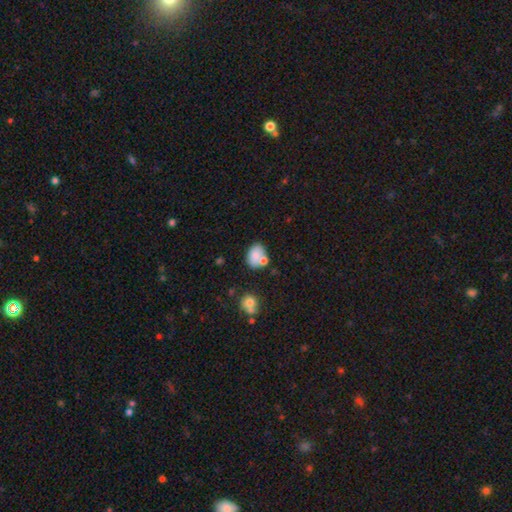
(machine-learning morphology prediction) This appears to be a smooth galaxy with no disk features (80%) that is in between round and cigar-shaped (74%). Merging: none (56%).